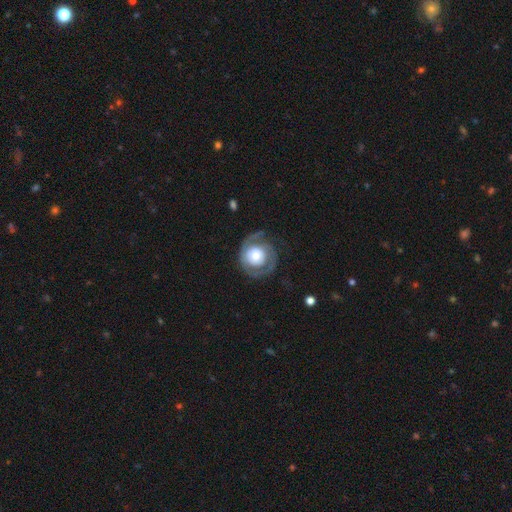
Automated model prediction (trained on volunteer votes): This appears to be a featured or disk galaxy (67%) with no bar (82%), spiral arms (75%) and a moderate central bulge (39%). Merging: none (65%).